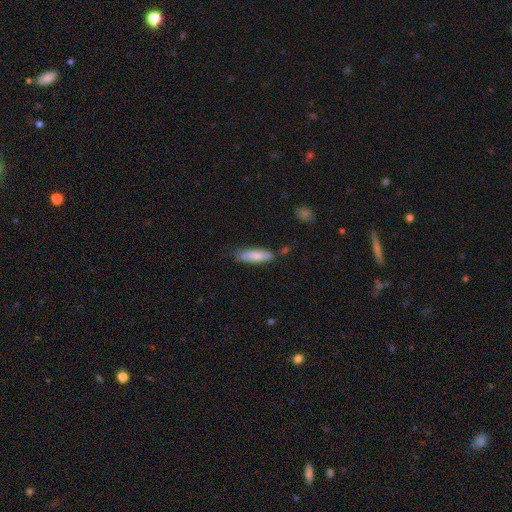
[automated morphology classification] smooth 78%, featured or disk 17%, star or artifact 6%. Down the decision tree: how rounded — cigar-shaped (60%); merging — none (72%).